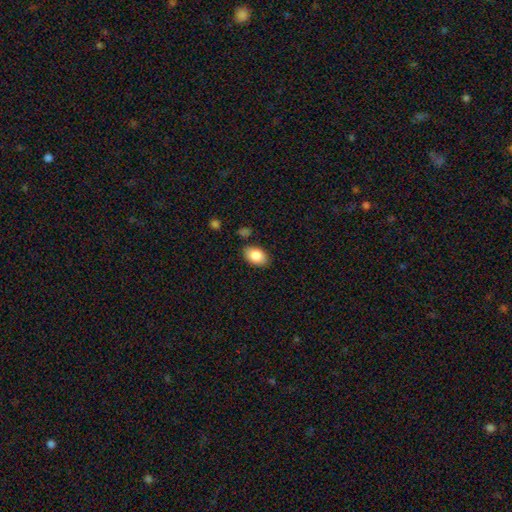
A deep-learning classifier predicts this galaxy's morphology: Smooth or featured: smooth — 86% (featured or disk — 8%)
How rounded: in between — 87% (round — 12%)
Merging: none — 83% (minor disturbance — 12%)